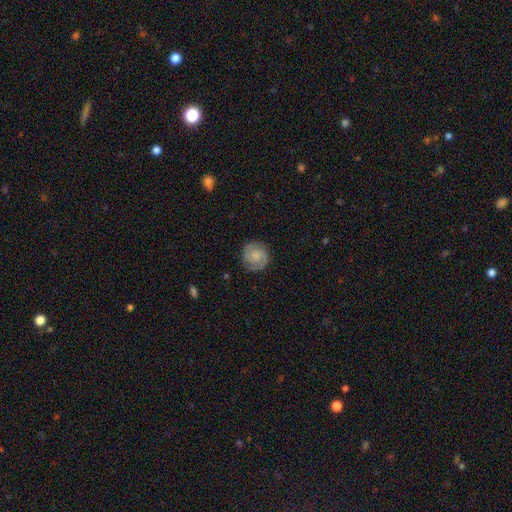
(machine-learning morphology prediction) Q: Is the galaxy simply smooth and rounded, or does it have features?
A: featured or disk — 65%.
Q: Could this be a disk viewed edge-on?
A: no — 98%.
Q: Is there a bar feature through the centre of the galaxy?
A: no — 64%.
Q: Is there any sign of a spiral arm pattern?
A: yes — 95%.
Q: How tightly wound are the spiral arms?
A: tight — 52%.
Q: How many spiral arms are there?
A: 2 — 79%.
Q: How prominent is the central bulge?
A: small — 34%.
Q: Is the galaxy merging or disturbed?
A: none — 83%.